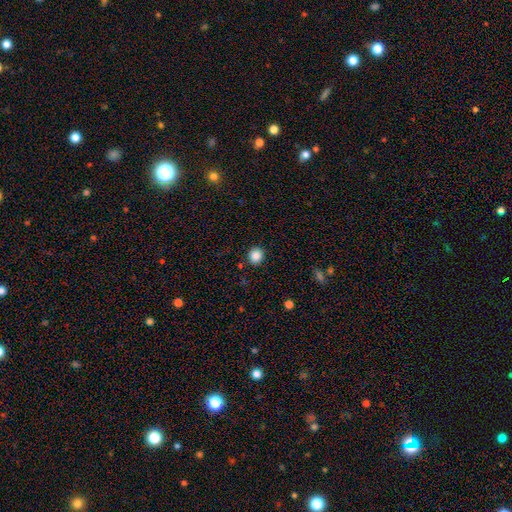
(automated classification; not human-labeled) Smooth or featured? Predicted: smooth (p=0.87). How rounded? Predicted: round (p=0.87). Merging? Predicted: none (p=0.90).